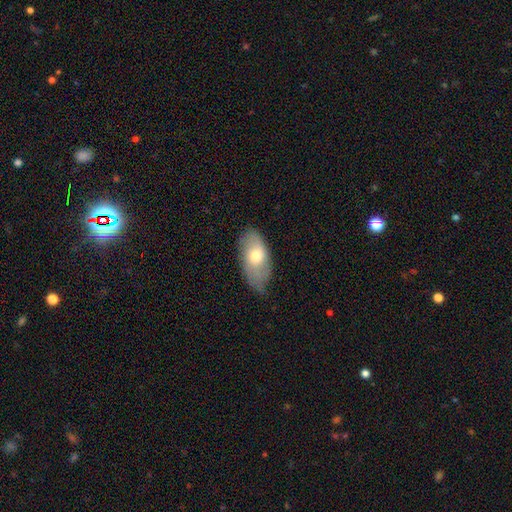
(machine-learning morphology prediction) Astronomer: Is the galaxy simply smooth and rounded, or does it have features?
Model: smooth — 62%.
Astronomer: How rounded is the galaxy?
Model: in between — 91%.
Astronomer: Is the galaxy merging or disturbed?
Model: none — 59%.